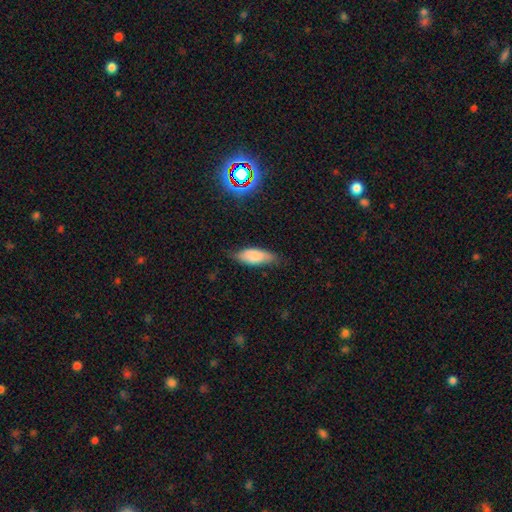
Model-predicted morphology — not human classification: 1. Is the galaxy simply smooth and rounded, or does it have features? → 78% smooth, 15% featured or disk, 8% star or artifact.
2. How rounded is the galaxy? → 76% in between, 22% cigar-shaped, 2% round.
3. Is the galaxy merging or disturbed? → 66% none, 27% minor disturbance, 6% major disturbance, 2% merger.